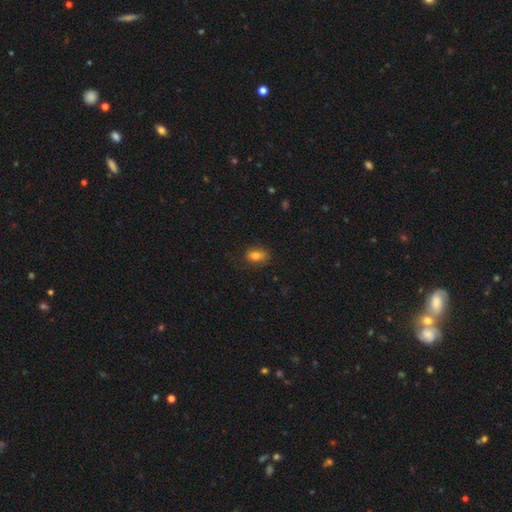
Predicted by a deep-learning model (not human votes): A smooth galaxy with no disk features (80%) that is in between round and cigar-shaped (81%). Merging: none (78%).